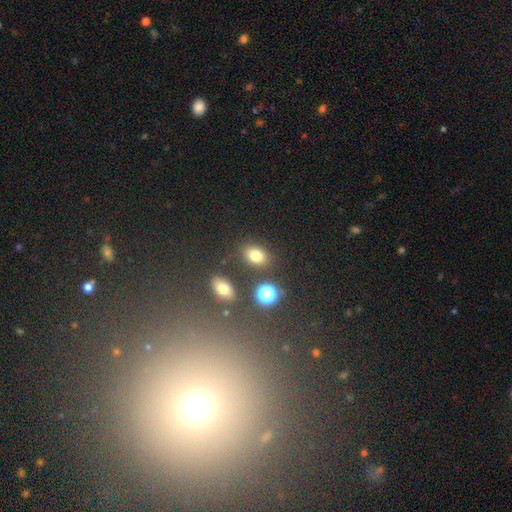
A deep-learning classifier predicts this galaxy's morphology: This appears to be a smooth galaxy with no disk features (76%) that is in between round and cigar-shaped (73%). Merging: none (77%).